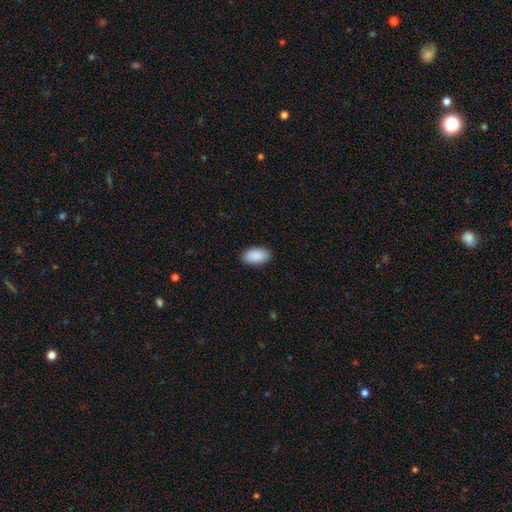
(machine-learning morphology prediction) Q: Smooth or featured?
A: smooth (91%); runner-up: star or artifact (6%)
Q: How rounded?
A: in between (95%); runner-up: round (3%)
Q: Merging?
A: none (89%); runner-up: minor disturbance (8%)